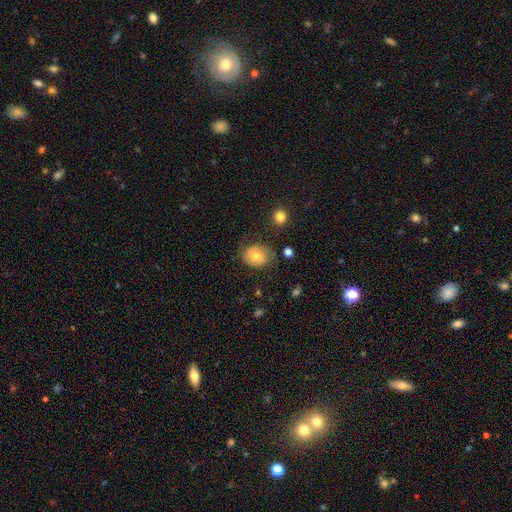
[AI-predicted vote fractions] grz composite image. It shows a smooth galaxy with no disk features (49%). Merging: none (68%).